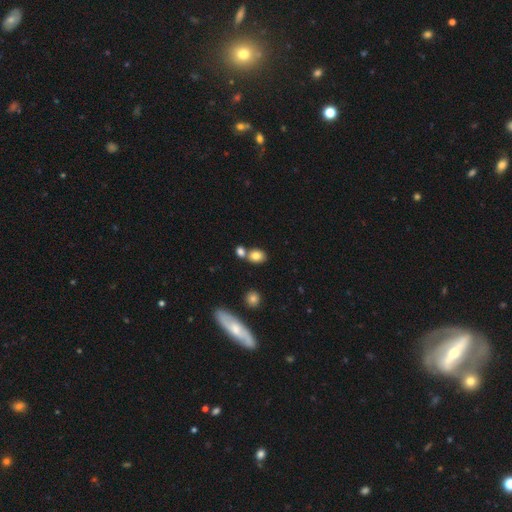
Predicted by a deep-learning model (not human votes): Q: Smooth or featured?
A: smooth (80%); runner-up: star or artifact (10%)
Q: How rounded?
A: in between (60%); runner-up: round (38%)
Q: Merging?
A: none (57%); runner-up: merger (29%)